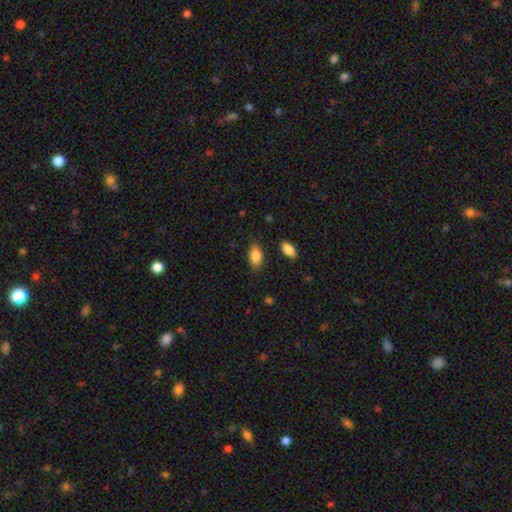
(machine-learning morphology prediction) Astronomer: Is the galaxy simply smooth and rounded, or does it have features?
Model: smooth — 86%.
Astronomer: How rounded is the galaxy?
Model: in between — 92%.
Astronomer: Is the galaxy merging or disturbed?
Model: none — 82%.